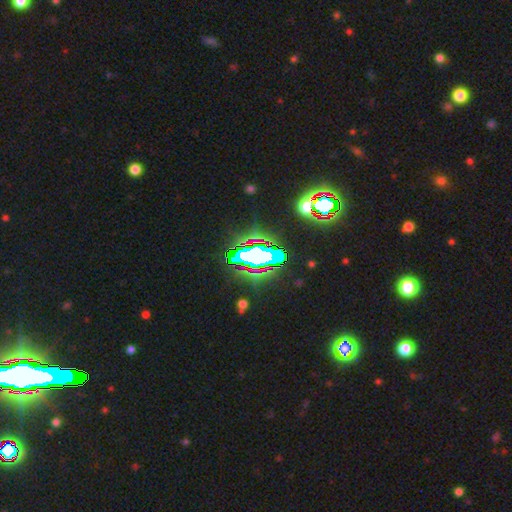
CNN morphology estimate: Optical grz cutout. It shows a star or artifact, not a galaxy (63%).